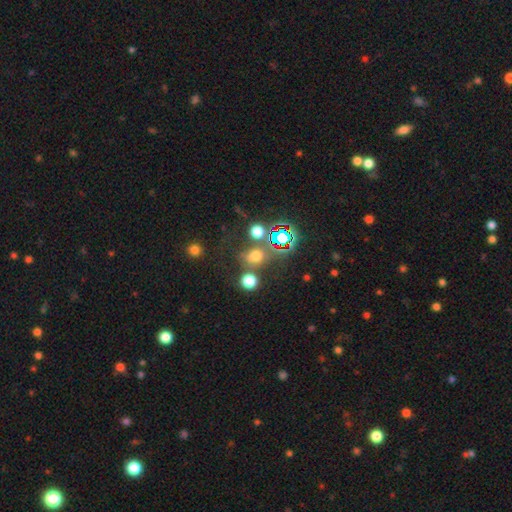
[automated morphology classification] type=smooth (55%); roundness=round (63%); merging=none (59%).